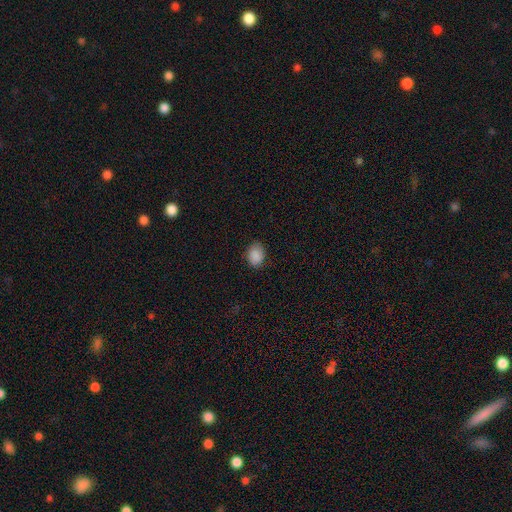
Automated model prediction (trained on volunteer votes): The model was most divided on "how rounded": in between: 68%, round: 31%, cigar-shaped: 1%. More confident: smooth or featured — smooth (88%); merging — none (80%).